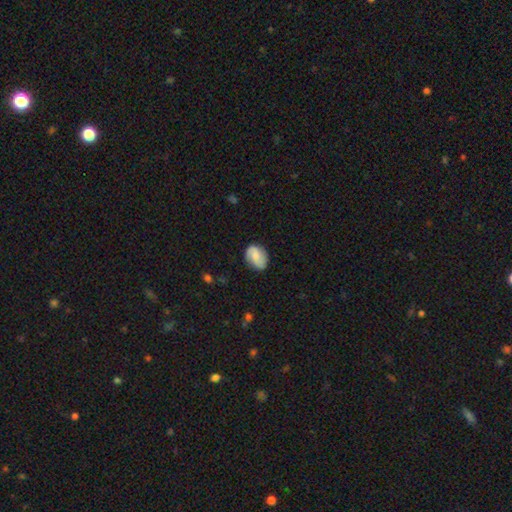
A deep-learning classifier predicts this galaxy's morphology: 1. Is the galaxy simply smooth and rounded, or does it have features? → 49% featured or disk, 44% smooth, 7% star or artifact.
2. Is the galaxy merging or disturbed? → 76% none, 18% minor disturbance, 4% major disturbance, 1% merger.